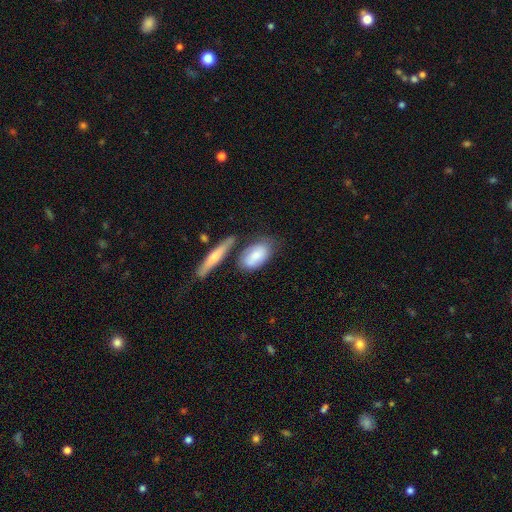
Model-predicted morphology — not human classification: Overall: smooth (75%). How rounded: in between (86%). Merging: none (55%; minor disturbance 22%).